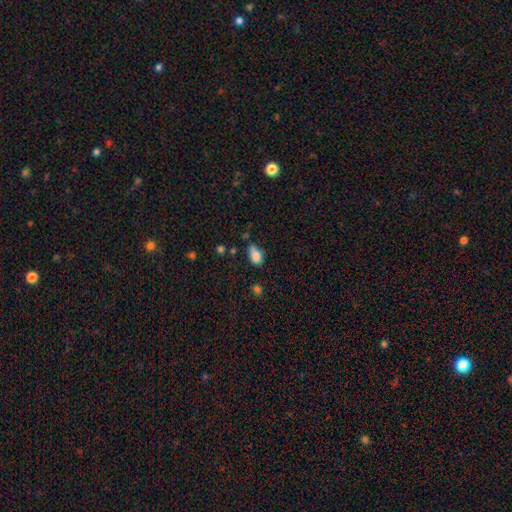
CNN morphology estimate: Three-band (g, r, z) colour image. It shows a smooth galaxy with no disk features (81%) that is in between round and cigar-shaped (86%). Merging: none (40%).